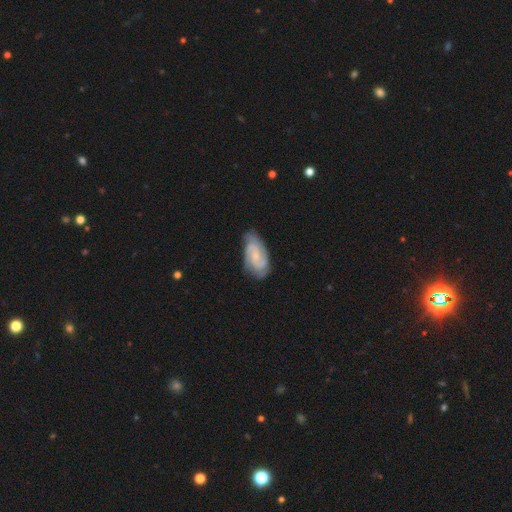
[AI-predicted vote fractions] A featured or disk galaxy (83%) with no bar (49%), 2 (70%) tight (48%) spiral arms (97%) and a small central bulge (61%).

Vote fractions:
- Smooth or featured? featured or disk: 83% / smooth: 12% / star or artifact: 5%
- Edge-on disk? no: 97% / yes: 3%
- Bar? no: 49% / weak: 43% / strong: 9%
- Spiral arms? yes: 97% / no: 3%
- Spiral winding? tight: 48% / medium: 42% / loose: 9%
- Spiral arm count? 2: 70% / 3: 14% / can't tell: 9% / 4: 2% / 1: 2% / more than 4: 2%
- Bulge size? small: 61% / moderate: 25% / none: 12% / large: 1% / dominant: 1%
- Merging? none: 74% / minor disturbance: 20% / major disturbance: 5% / merger: 1%